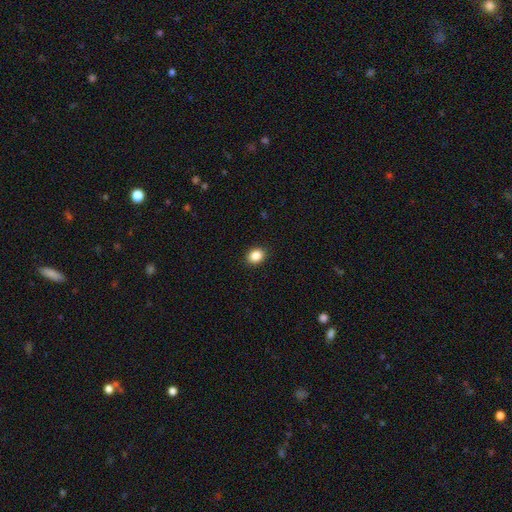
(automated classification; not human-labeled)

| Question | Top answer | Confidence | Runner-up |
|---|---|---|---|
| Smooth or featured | smooth | 87% | star or artifact (9%) |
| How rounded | round | 53% | in between (46%) |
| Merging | none | 91% | minor disturbance (6%) |